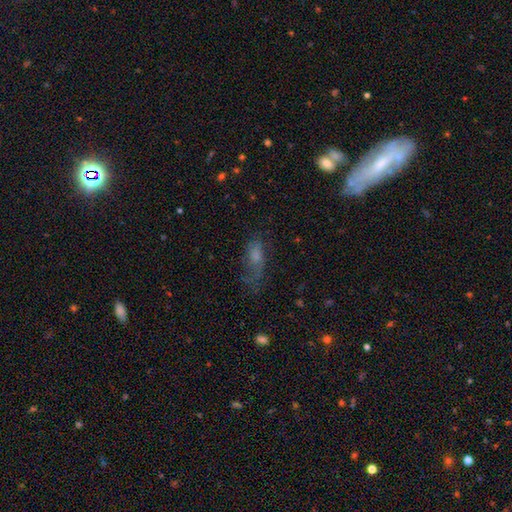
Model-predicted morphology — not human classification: The model was most divided on "smooth or featured": smooth: 45%, featured or disk: 36%, star or artifact: 18%. Remaining: merging — none (47%).